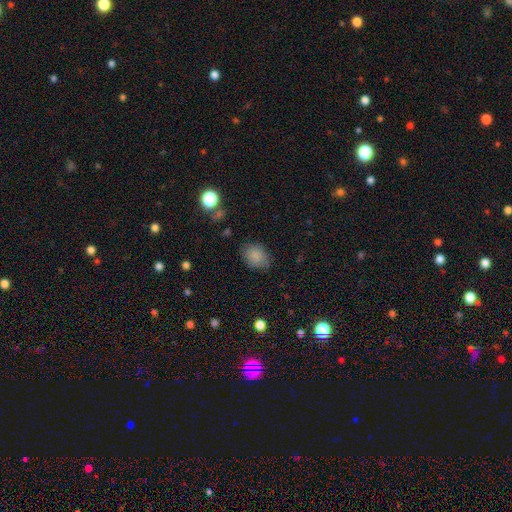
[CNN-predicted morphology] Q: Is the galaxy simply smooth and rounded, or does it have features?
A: smooth — 84%.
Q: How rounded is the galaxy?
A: in between — 62%.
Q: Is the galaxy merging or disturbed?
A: none — 75%.